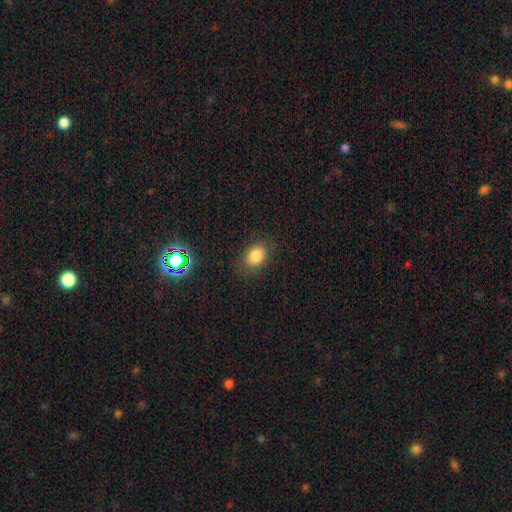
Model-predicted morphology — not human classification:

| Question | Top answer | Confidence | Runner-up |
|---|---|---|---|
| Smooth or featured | smooth | 82% | star or artifact (12%) |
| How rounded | in between | 69% | round (30%) |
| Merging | none | 83% | minor disturbance (12%) |